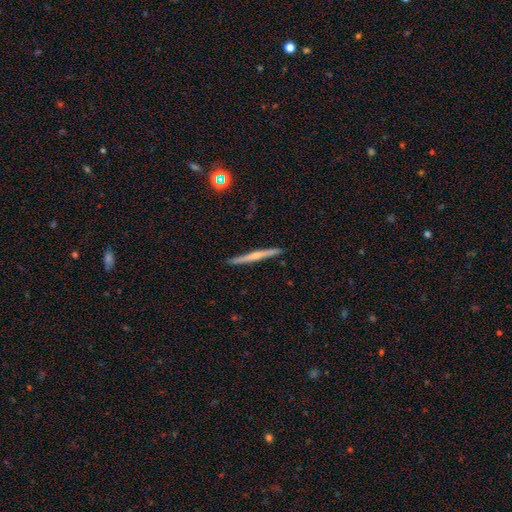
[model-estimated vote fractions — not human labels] This is likely a featured or disk galaxy (62%). It is clearly viewed edge-on (98%). Edge-on bulge: possibly rounded (59%). Merging: clearly none (91%).